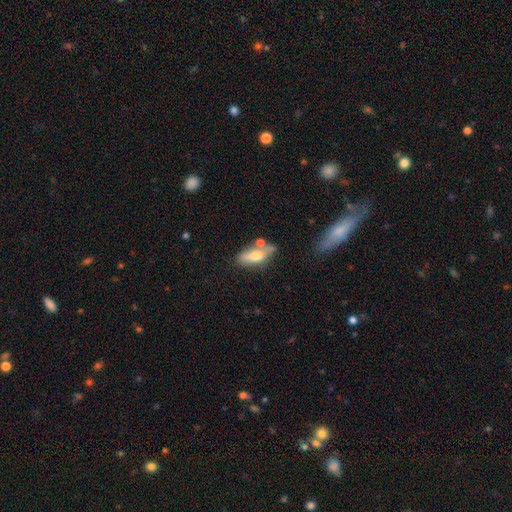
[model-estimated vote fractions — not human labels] This appears to be a smooth galaxy with no disk features (60%) that is in between round and cigar-shaped (67%). Merging: none (52%).